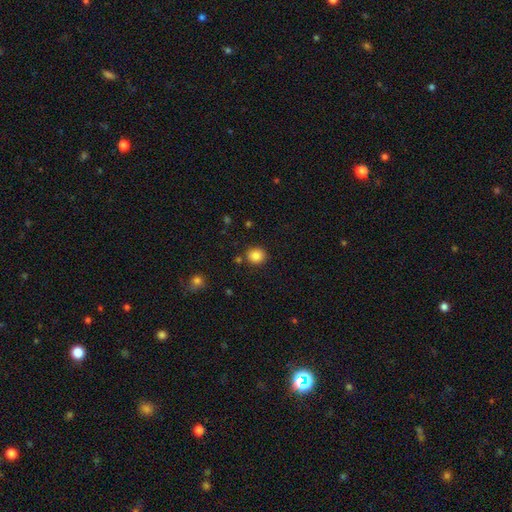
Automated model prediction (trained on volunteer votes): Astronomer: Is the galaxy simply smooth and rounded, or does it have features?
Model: smooth — 85%.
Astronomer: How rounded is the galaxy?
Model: round — 85%.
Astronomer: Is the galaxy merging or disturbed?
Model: none — 85%.